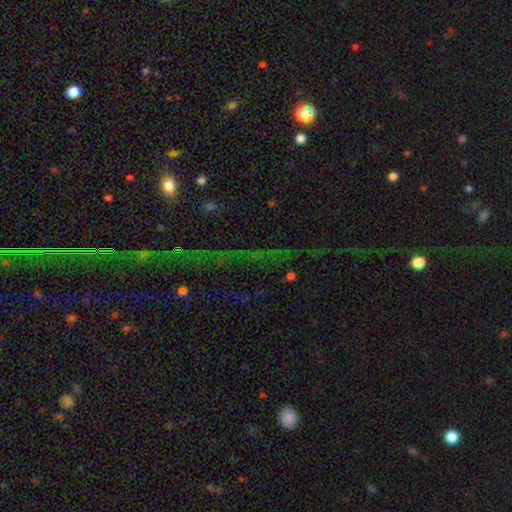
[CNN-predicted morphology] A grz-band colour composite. It shows a star or artifact, not a galaxy (79%).